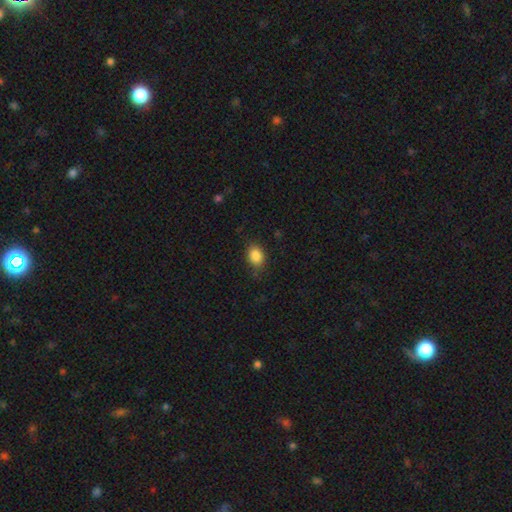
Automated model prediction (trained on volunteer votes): This is clearly a smooth galaxy (86%). How rounded: likely in between (65%). Merging: likely none (80%).